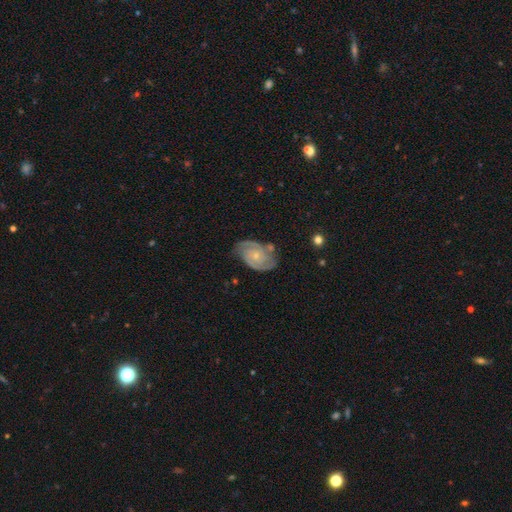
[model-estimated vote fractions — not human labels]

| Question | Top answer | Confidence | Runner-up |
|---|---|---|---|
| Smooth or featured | featured or disk | 85% | smooth (9%) |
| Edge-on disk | no | 97% | yes (3%) |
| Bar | no | 69% | weak (25%) |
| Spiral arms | yes | 97% | no (3%) |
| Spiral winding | tight | 55% | medium (38%) |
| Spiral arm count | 2 | 81% | 3 (7%) |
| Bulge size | small | 68% | moderate (26%) |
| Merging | none | 71% | minor disturbance (18%) |